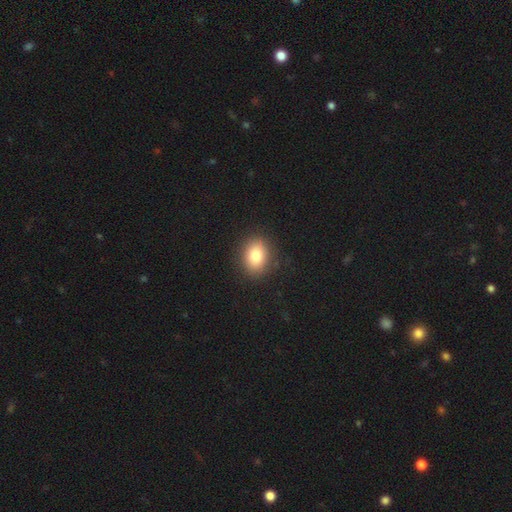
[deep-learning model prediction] This appears to be a smooth galaxy with no disk features (82%) that is in between round and cigar-shaped (60%). Merging: none (88%).